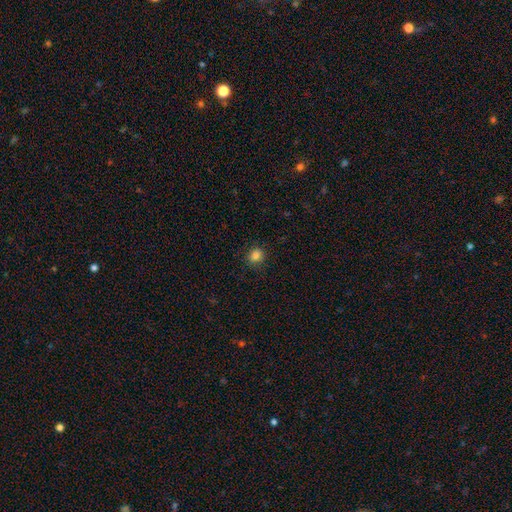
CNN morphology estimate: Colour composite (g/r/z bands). It shows a smooth galaxy with no disk features (83%) that is round (74%). Merging: none (88%).